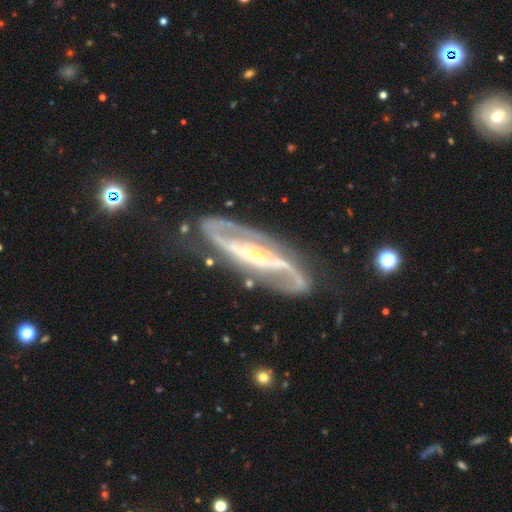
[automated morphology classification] type=featured or disk (92%); edge-on=no (92%); bar=strong (51%); spiral arms=yes (97%); winding=medium (50%); arm count=2 (93%); bulge=small (71%); merging=none (77%).